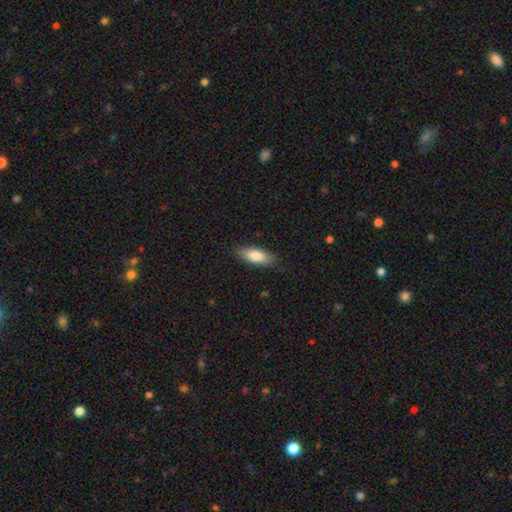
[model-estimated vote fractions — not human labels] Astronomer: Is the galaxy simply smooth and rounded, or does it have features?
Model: smooth — 80%.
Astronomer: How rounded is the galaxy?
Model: in between — 67%.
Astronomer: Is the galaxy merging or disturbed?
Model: none — 85%.